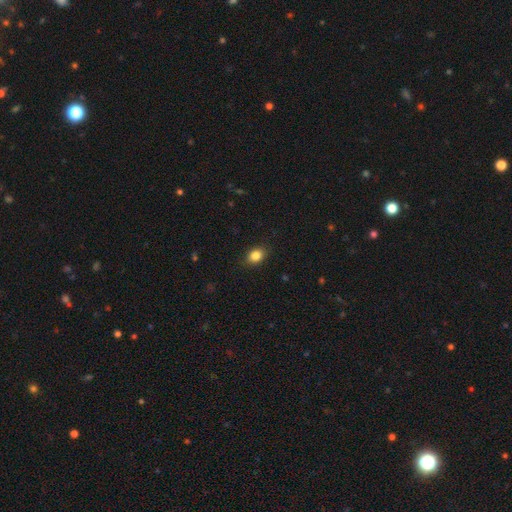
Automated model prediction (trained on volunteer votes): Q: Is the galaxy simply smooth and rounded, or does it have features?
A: smooth — 85%.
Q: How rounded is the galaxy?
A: in between — 65%.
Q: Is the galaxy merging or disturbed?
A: none — 87%.